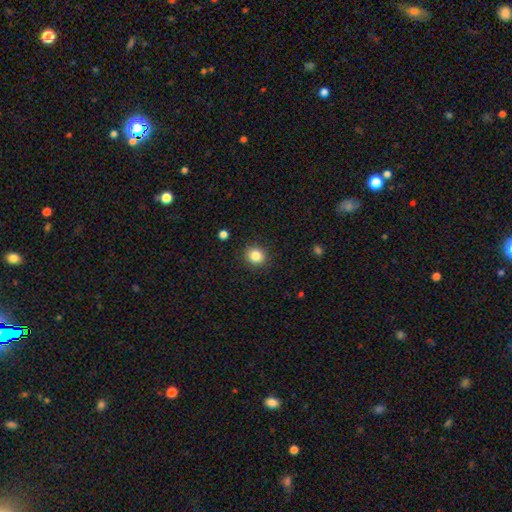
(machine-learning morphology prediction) Smooth or featured? Predicted: smooth (p=0.85). How rounded? Predicted: round (p=0.81). Merging? Predicted: none (p=0.90).